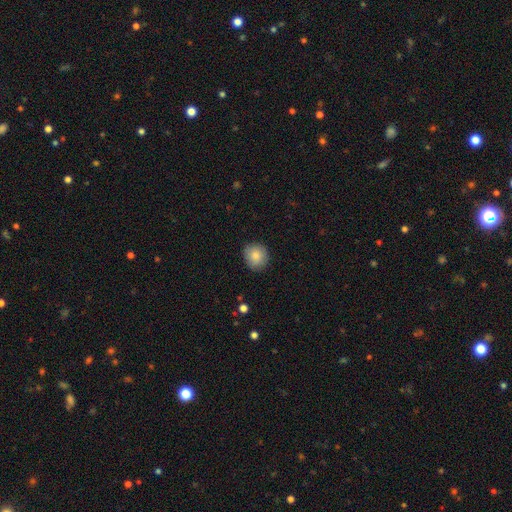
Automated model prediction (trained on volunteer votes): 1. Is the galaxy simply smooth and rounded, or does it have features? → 84% smooth, 8% featured or disk, 8% star or artifact.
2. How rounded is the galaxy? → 86% round, 13% in between, 1% cigar-shaped.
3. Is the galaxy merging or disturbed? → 86% none, 11% minor disturbance, 2% major disturbance, 1% merger.